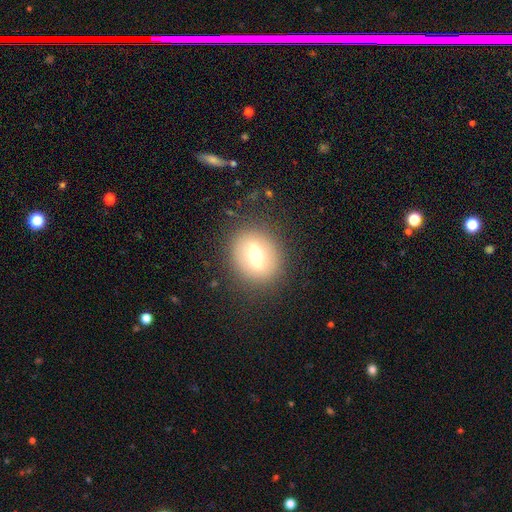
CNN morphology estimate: smooth-or-featured: featured or disk: 45% (tied) | smooth: 45% (tied) | star or artifact: 9%
  merging: none: 84% | minor disturbance: 10% | major disturbance: 5% | merger: 1%